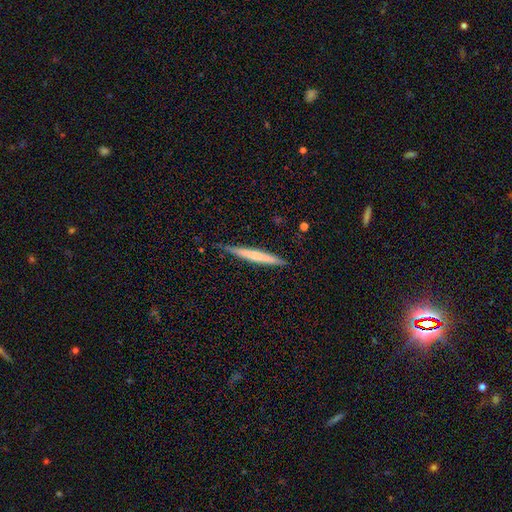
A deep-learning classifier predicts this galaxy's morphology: Smooth or featured: smooth — 53% (featured or disk — 42%)
How rounded: cigar-shaped — 96% (in between — 3%)
Merging: none — 83% (minor disturbance — 14%)